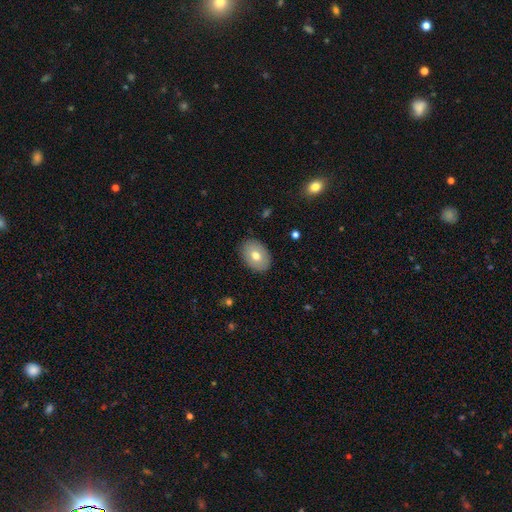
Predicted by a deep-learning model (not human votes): Overall: smooth (70%). How rounded: in between (80%). Merging: none (88%).